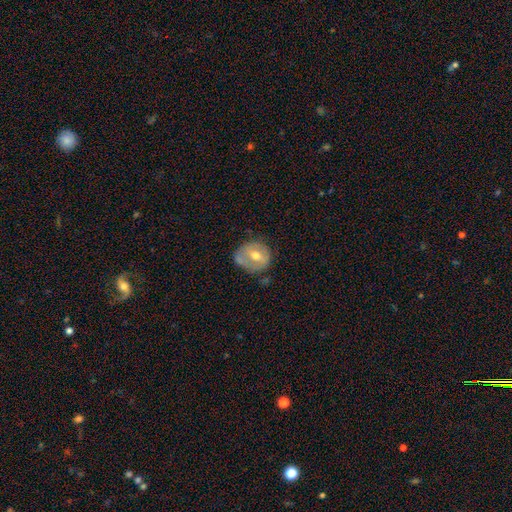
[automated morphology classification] smooth_or_featured: featured or disk (p=0.49) [alt: smooth p=0.44]
merging: none (p=0.57) [alt: minor disturbance p=0.28]